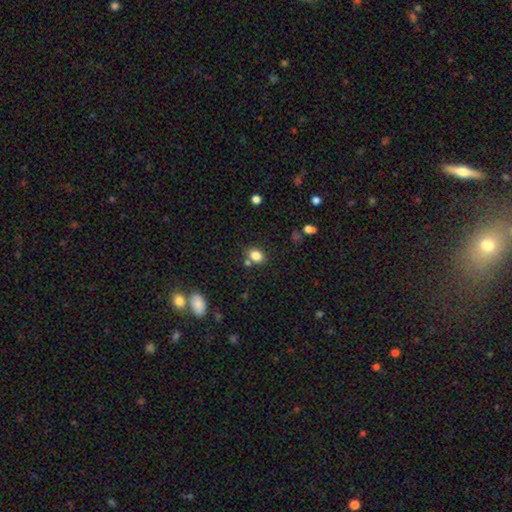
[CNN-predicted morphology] type=smooth (83%); roundness=in between (64%); merging=none (72%).